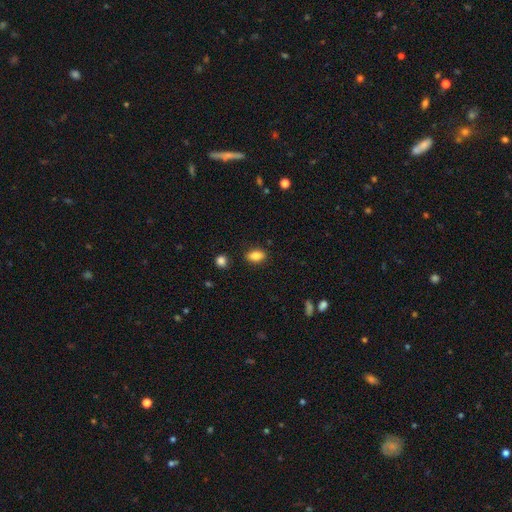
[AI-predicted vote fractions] This is clearly a smooth galaxy (85%). How rounded: clearly in between (87%). Merging: clearly none (86%).